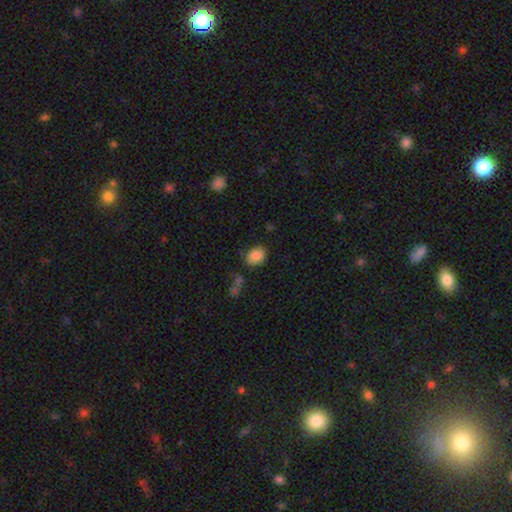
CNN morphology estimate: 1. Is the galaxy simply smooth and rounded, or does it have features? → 84% smooth, 9% star or artifact, 7% featured or disk.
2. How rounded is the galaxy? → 61% in between, 38% round, 1% cigar-shaped.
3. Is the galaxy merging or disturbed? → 71% none, 19% minor disturbance, 5% major disturbance, 4% merger.